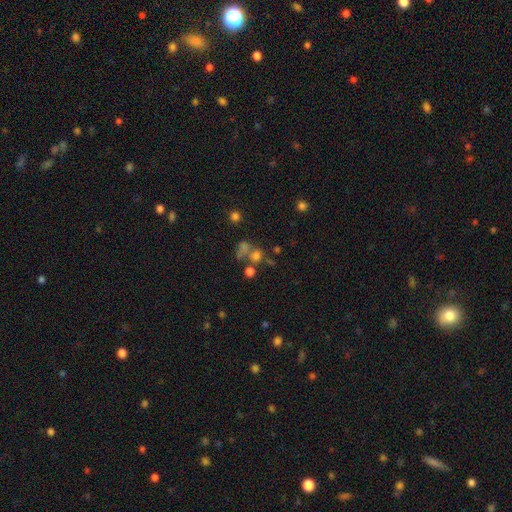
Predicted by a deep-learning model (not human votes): smooth_or_featured: smooth (p=0.61) [alt: star or artifact p=0.24]
how_rounded: round (p=0.76) [alt: in between p=0.23]
merging: none (p=0.42) [alt: merger p=0.39]